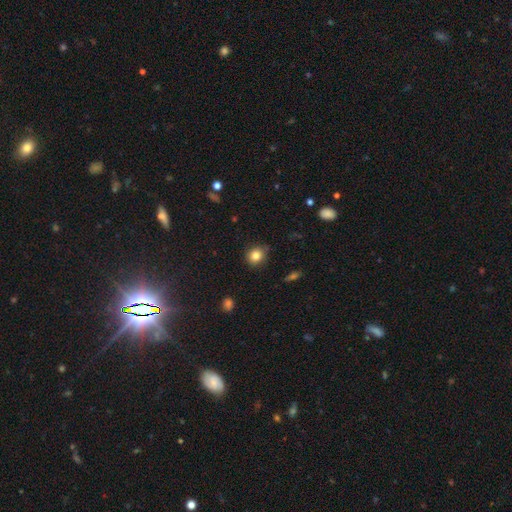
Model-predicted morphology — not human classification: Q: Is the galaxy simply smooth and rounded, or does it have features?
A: smooth — 83%.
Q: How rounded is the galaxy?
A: round — 80%.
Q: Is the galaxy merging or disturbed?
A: none — 83%.